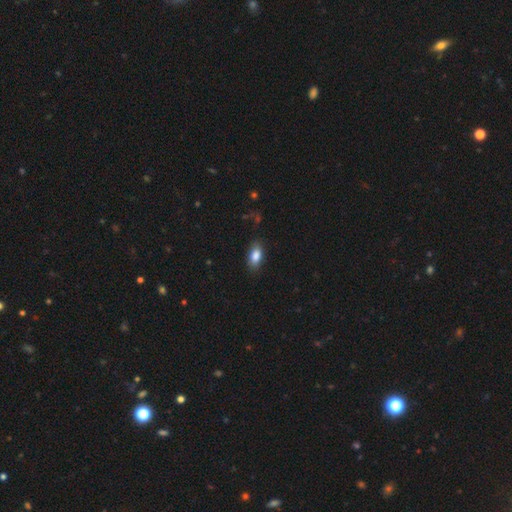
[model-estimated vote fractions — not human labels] Q: Smooth or featured?
A: smooth (85%); runner-up: star or artifact (8%)
Q: How rounded?
A: in between (90%); runner-up: cigar-shaped (5%)
Q: Merging?
A: none (83%); runner-up: minor disturbance (13%)